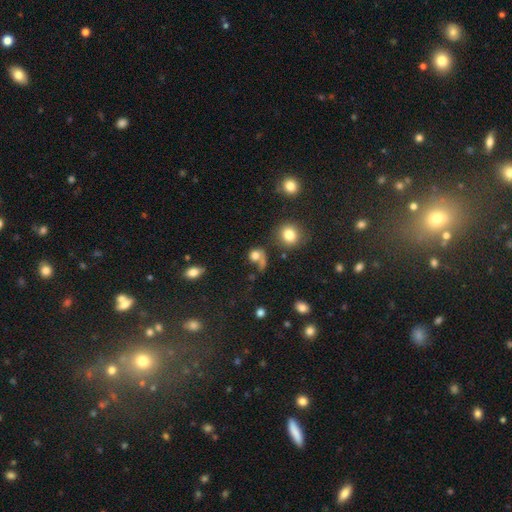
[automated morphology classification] A smooth galaxy with no disk features (72%) that is round (73%).

Vote fractions:
- Smooth or featured? smooth: 72% / featured or disk: 14% / star or artifact: 14%
- How rounded? round: 73% / in between: 25% / cigar-shaped: 2%
- Merging? none: 37% / major disturbance: 23% / merger: 23% / minor disturbance: 17%